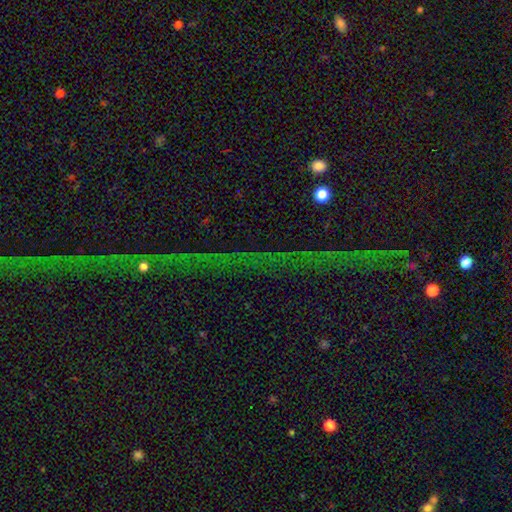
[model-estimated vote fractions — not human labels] A star or artifact, not a galaxy (81%).

Vote fractions:
- Smooth or featured? star or artifact: 81% / featured or disk: 12% / smooth: 8%